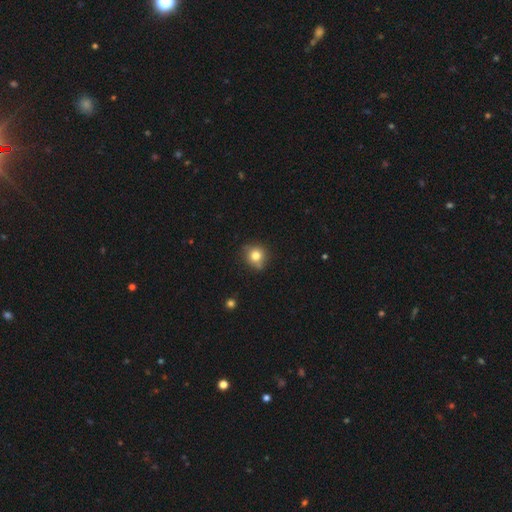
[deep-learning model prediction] Morphology: type=smooth (77%); roundness=round (83%); merging=none (72%).